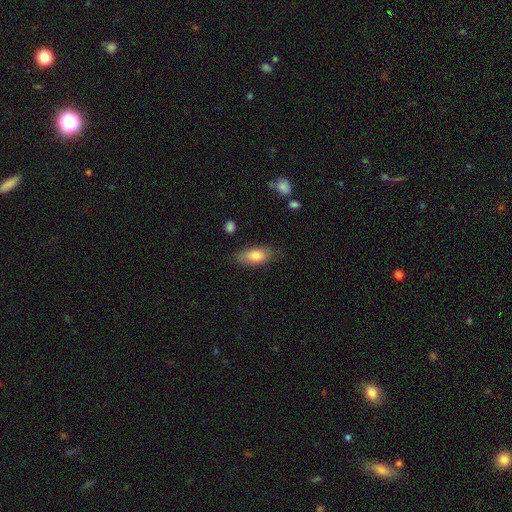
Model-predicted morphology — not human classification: Q: Smooth or featured?
A: smooth (76%); runner-up: featured or disk (17%)
Q: How rounded?
A: in between (85%); runner-up: cigar-shaped (12%)
Q: Merging?
A: none (76%); runner-up: minor disturbance (18%)